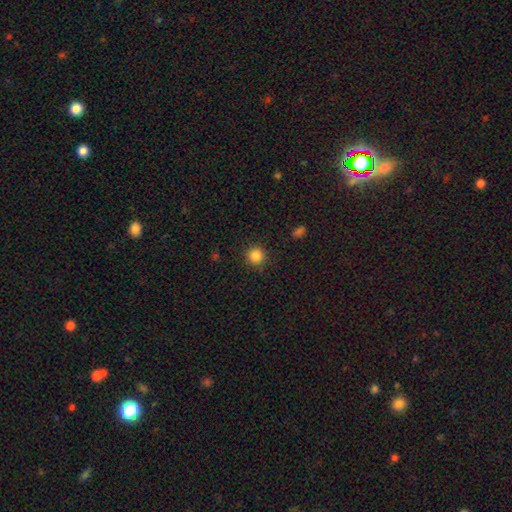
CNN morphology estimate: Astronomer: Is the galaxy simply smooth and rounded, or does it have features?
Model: smooth — 84%.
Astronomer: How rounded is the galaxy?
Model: round — 95%.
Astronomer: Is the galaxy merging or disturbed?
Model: none — 90%.